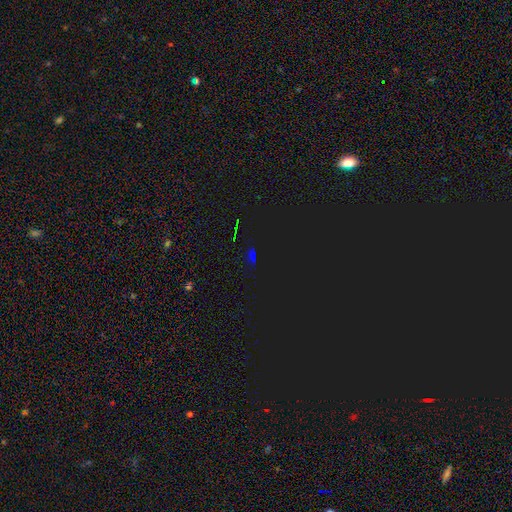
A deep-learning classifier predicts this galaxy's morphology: A star or artifact, not a galaxy (70%).